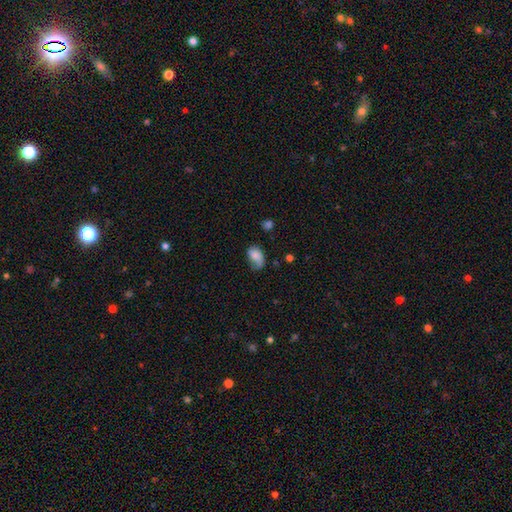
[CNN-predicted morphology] This is likely a smooth galaxy (71%). How rounded: clearly in between (85%). Merging: marginally none (40%).